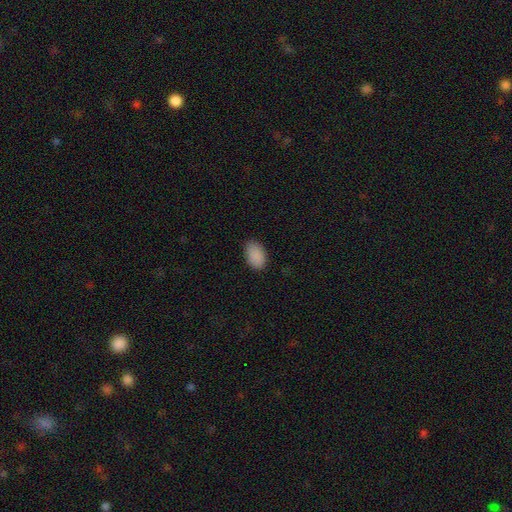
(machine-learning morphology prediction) Overall: smooth (90%). How rounded: in between (91%). Merging: none (84%).